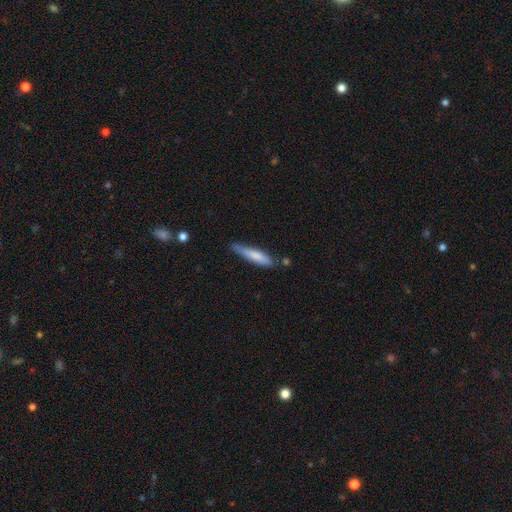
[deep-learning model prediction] Smooth or featured? smooth (75%)
How rounded? cigar-shaped (85%)
Merging? none (66%)